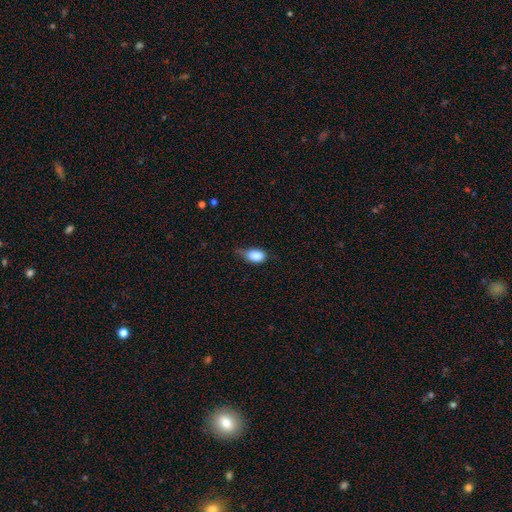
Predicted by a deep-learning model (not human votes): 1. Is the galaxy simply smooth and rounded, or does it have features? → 85% smooth, 8% star or artifact, 7% featured or disk.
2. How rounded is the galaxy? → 85% in between, 12% round, 3% cigar-shaped.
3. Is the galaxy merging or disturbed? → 46% minor disturbance, 37% none, 14% major disturbance, 3% merger.